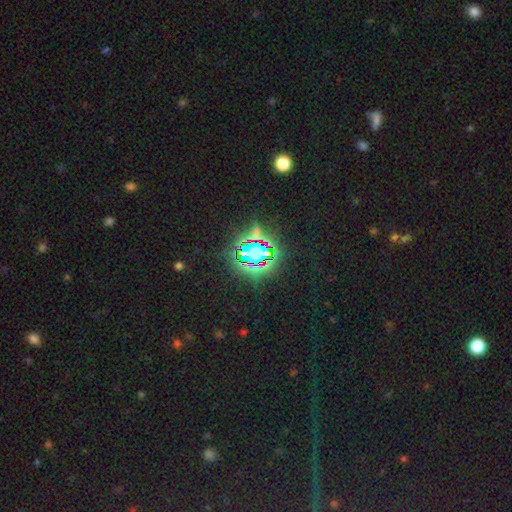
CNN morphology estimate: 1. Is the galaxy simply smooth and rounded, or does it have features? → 80% star or artifact, 11% smooth, 8% featured or disk.